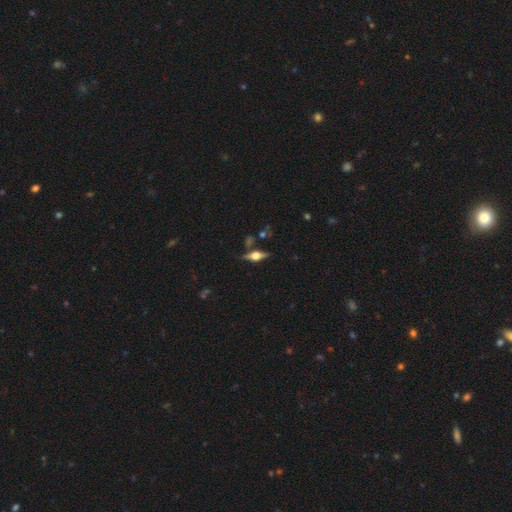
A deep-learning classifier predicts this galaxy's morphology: type=featured or disk (75%); edge-on=yes (96%); edge-on bulge=rounded (93%); merging=none (78%).